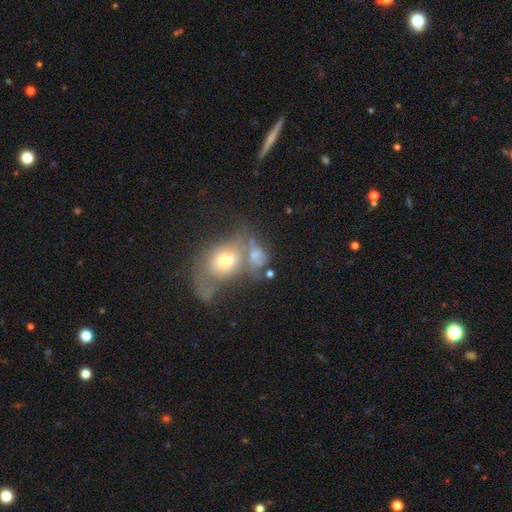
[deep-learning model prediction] The model was most divided on "smooth or featured": smooth: 55%, featured or disk: 31%, star or artifact: 14%. More confident: how rounded — in between (62%); merging — merger (52%).